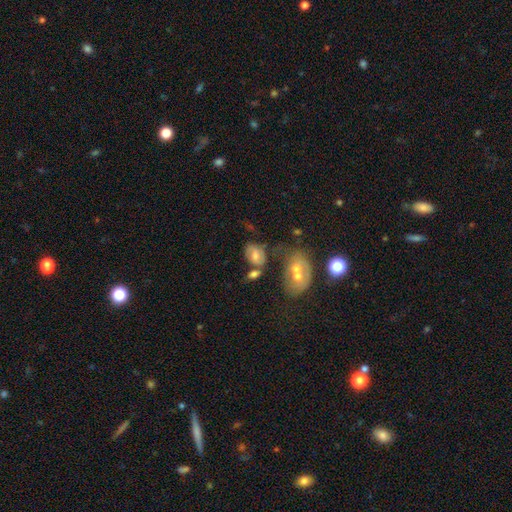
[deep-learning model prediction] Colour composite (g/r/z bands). It shows a smooth galaxy with no disk features (53%) that is in between round and cigar-shaped (77%). Merging: none (40%).